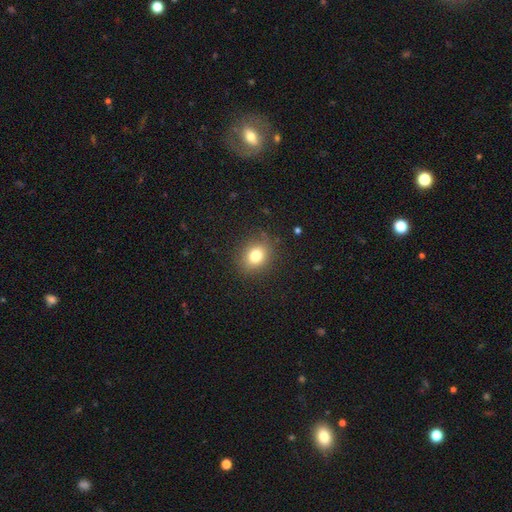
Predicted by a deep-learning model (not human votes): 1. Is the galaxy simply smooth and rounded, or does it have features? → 78% smooth, 13% star or artifact, 9% featured or disk.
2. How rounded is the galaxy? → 66% round, 33% in between, 1% cigar-shaped.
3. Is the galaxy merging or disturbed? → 84% none, 11% minor disturbance, 4% major disturbance, 1% merger.